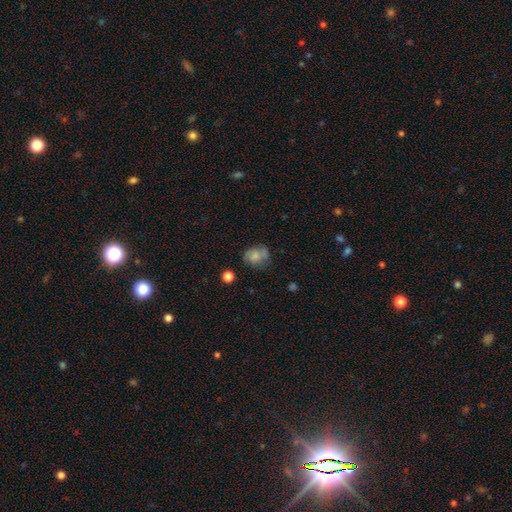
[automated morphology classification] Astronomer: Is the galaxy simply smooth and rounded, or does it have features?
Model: smooth — 68%.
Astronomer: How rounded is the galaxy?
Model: round — 53% (runner-up: in between, 46%).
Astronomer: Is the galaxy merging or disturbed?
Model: none — 53%.